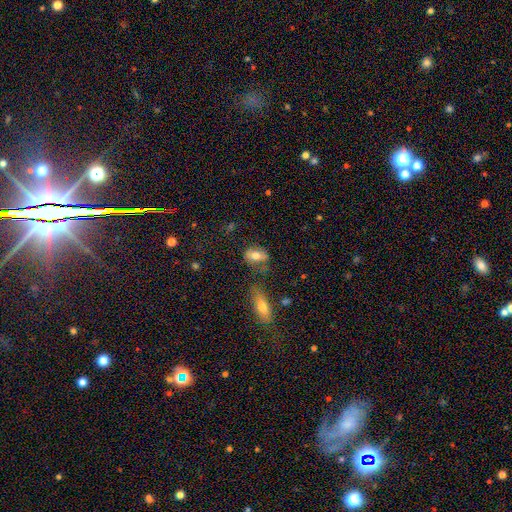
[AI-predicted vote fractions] Q: Smooth or featured?
A: smooth (69%); runner-up: featured or disk (22%)
Q: How rounded?
A: in between (81%); runner-up: round (13%)
Q: Merging?
A: none (60%); runner-up: minor disturbance (21%)